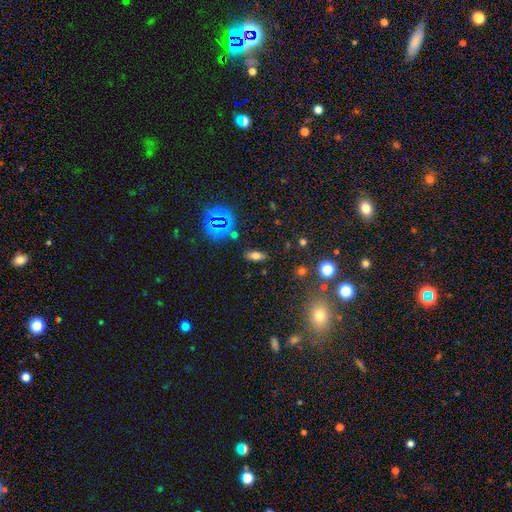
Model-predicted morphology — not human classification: This appears to be a smooth galaxy with no disk features (65%) that is in between round and cigar-shaped (77%). Merging: none (83%).